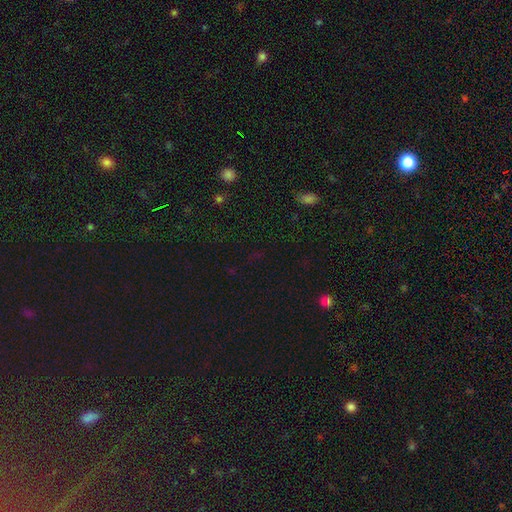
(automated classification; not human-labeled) A star or artifact, not a galaxy (71%).